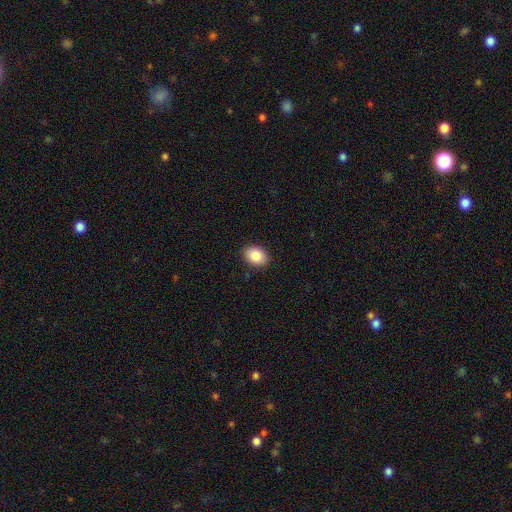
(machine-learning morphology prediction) Q: Smooth or featured?
A: smooth (87%); runner-up: star or artifact (8%)
Q: How rounded?
A: in between (75%); runner-up: round (24%)
Q: Merging?
A: none (89%); runner-up: minor disturbance (8%)